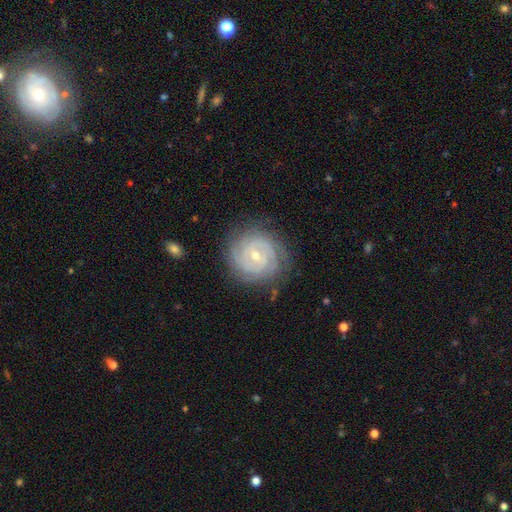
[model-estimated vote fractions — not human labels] Q: Smooth or featured?
A: featured or disk (86%); runner-up: smooth (9%)
Q: Edge-on disk?
A: no (98%); runner-up: yes (2%)
Q: Bar?
A: no (48%); runner-up: weak (41%)
Q: Spiral arms?
A: yes (96%); runner-up: no (4%)
Q: Spiral winding?
A: tight (82%); runner-up: medium (15%)
Q: Spiral arm count?
A: 2 (30%); runner-up: can't tell (27%)
Q: Bulge size?
A: small (64%); runner-up: moderate (34%)
Q: Merging?
A: none (81%); runner-up: minor disturbance (13%)